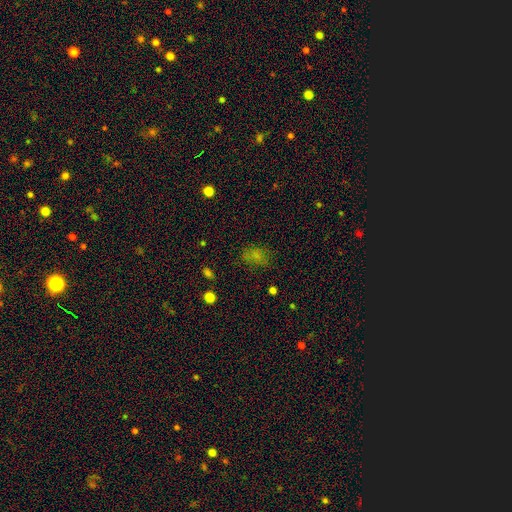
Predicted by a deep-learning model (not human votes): Smooth or featured?
  - smooth: 69% *
  - star or artifact: 21%
  - featured or disk: 10%
How rounded?
  - in between: 79% *
  - round: 19%
  - cigar-shaped: 2%
Merging?
  - none: 64% *
  - minor disturbance: 22%
  - major disturbance: 11%
  - merger: 3%